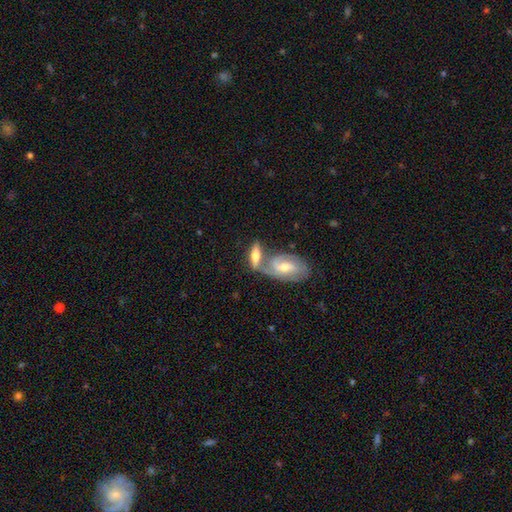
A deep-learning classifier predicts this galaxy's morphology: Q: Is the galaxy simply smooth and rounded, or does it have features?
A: featured or disk — 48%.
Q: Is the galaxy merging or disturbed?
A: merger — 51%.